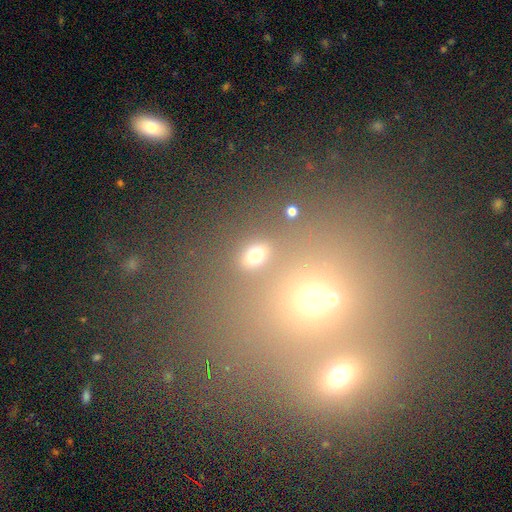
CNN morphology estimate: This is likely a smooth galaxy (68%). How rounded: possibly in between (58%). Merging: likely none (74%).